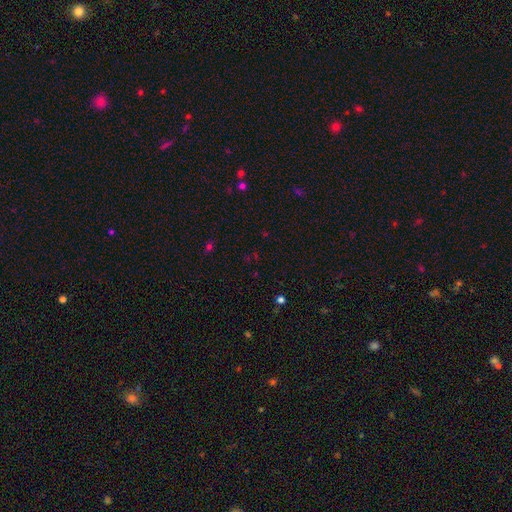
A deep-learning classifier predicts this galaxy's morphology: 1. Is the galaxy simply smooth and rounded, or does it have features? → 63% star or artifact, 29% smooth, 8% featured or disk.